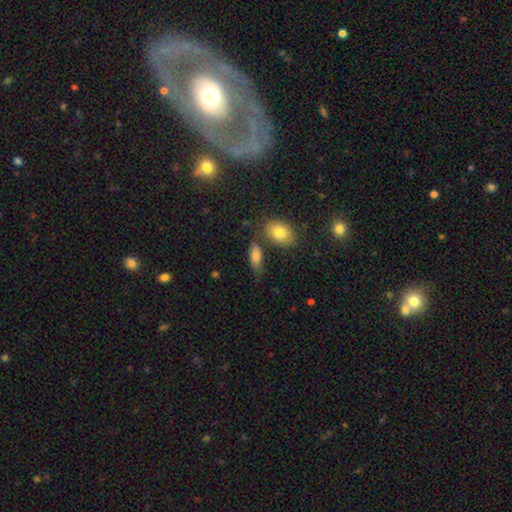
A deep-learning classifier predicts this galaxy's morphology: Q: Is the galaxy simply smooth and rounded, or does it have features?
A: smooth — 80%.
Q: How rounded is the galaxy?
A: in between — 84%.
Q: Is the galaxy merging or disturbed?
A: none — 62%.